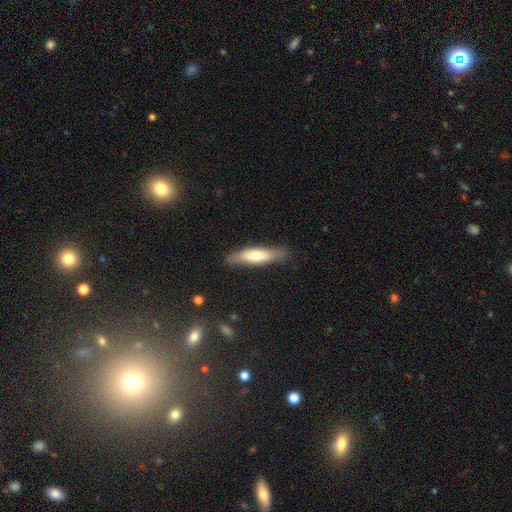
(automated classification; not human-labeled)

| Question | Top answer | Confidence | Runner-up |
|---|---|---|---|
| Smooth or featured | smooth | 63% | featured or disk (31%) |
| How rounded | cigar-shaped | 74% | in between (24%) |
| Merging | none | 83% | minor disturbance (13%) |